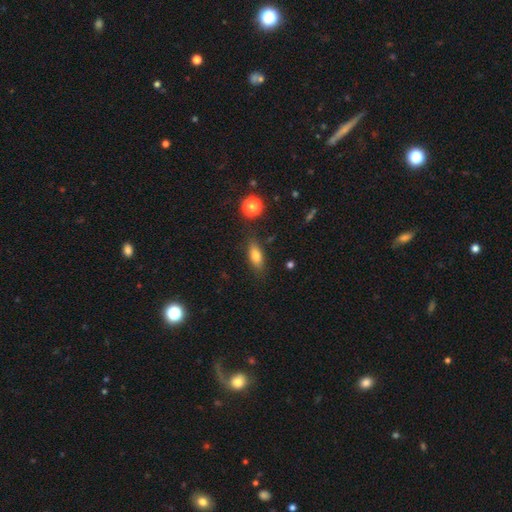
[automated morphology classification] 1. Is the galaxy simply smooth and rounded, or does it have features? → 76% smooth, 15% featured or disk, 9% star or artifact.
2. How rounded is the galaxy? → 74% in between, 20% cigar-shaped, 6% round.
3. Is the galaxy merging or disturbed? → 80% none, 14% minor disturbance, 4% major disturbance, 3% merger.